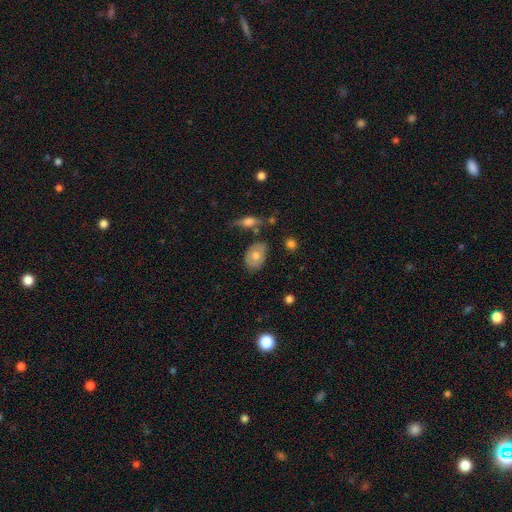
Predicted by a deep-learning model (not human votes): A smooth galaxy with no disk features (61%) that is in between round and cigar-shaped (82%).

Vote fractions:
- Smooth or featured? smooth: 61% / featured or disk: 32% / star or artifact: 7%
- How rounded? in between: 82% / round: 17% / cigar-shaped: 2%
- Merging? none: 66% / minor disturbance: 22% / merger: 6% / major disturbance: 6%